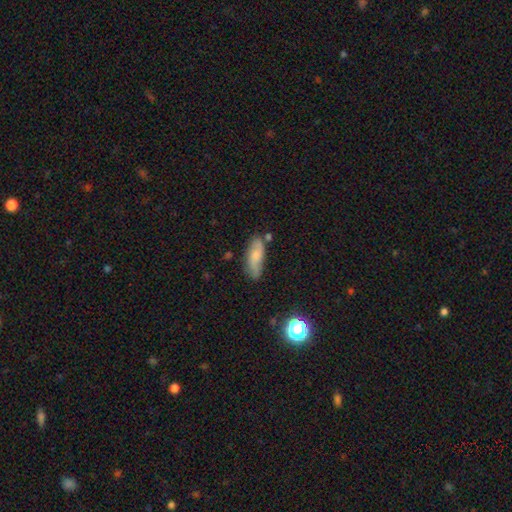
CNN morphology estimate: A smooth galaxy with no disk features (66%) that is in between round and cigar-shaped (68%). Merging: none (66%).